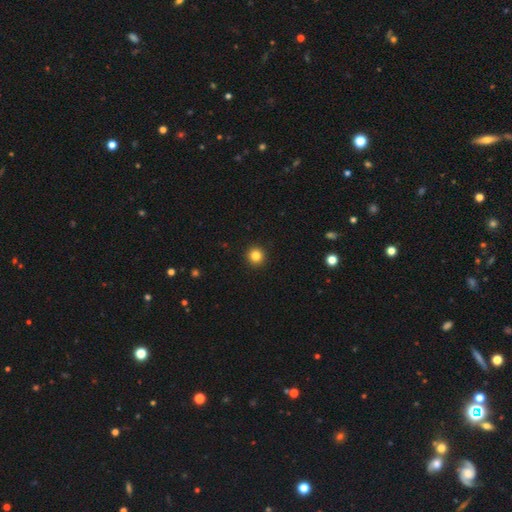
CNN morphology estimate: This appears to be a smooth galaxy with no disk features (84%) that is round (95%). Merging: none (93%).